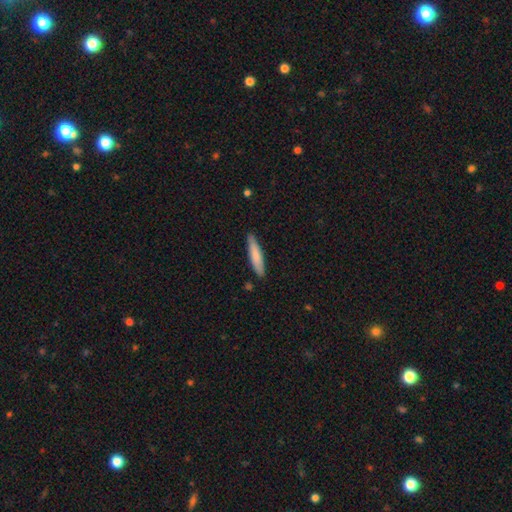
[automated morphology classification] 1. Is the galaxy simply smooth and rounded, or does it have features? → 78% smooth, 17% featured or disk, 5% star or artifact.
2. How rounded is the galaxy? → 85% cigar-shaped, 14% in between, 1% round.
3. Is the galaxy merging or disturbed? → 87% none, 10% minor disturbance, 2% major disturbance, 1% merger.